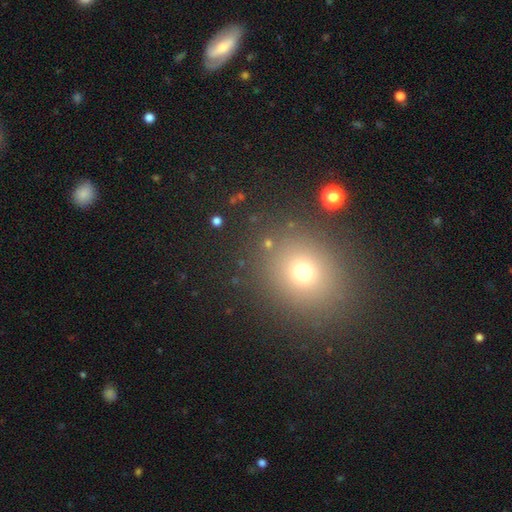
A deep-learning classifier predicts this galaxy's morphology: smooth 62%, star or artifact 29%, featured or disk 9%. Down the decision tree: how rounded — round (75%); merging — none (88%).